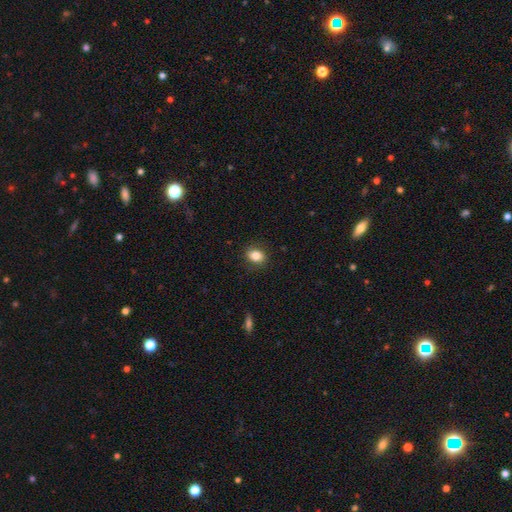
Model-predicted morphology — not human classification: type=smooth (83%); roundness=in between (62%); merging=none (83%).